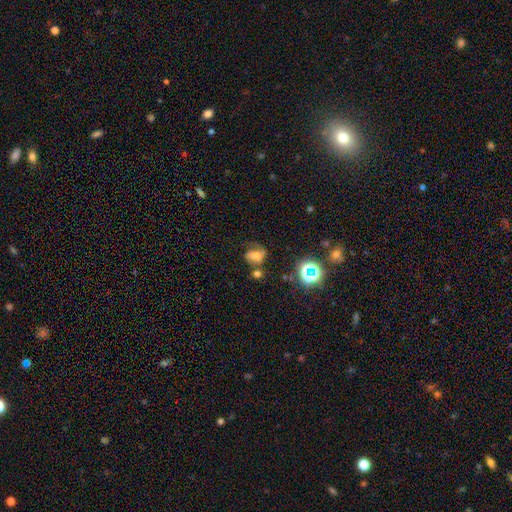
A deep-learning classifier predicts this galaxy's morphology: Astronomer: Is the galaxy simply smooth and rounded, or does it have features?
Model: featured or disk — 40%, tied with smooth at 40%.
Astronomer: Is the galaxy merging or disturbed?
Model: none — 40% (runner-up: minor disturbance, 24%).